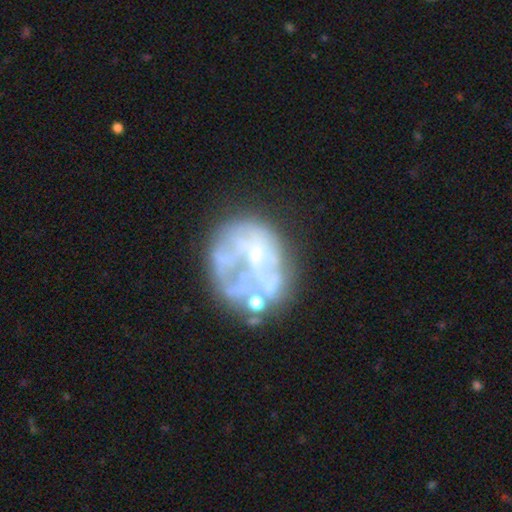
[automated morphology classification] Q: Smooth or featured?
A: featured or disk (67%); runner-up: smooth (20%)
Q: Edge-on disk?
A: no (98%); runner-up: yes (2%)
Q: Bar?
A: no (85%); runner-up: weak (11%)
Q: Spiral arms?
A: no (85%); runner-up: yes (15%)
Q: Bulge size?
A: none (58%); runner-up: small (27%)
Q: Merging?
A: none (41%); runner-up: major disturbance (28%)